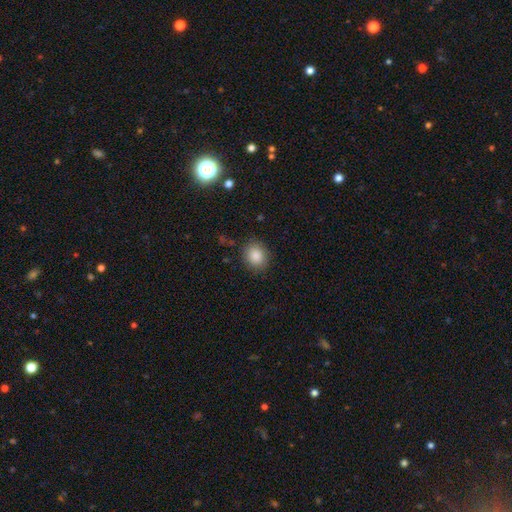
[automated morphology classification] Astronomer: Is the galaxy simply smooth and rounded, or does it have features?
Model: smooth — 87%.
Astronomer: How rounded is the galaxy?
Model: round — 66%.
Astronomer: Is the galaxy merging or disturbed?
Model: none — 86%.